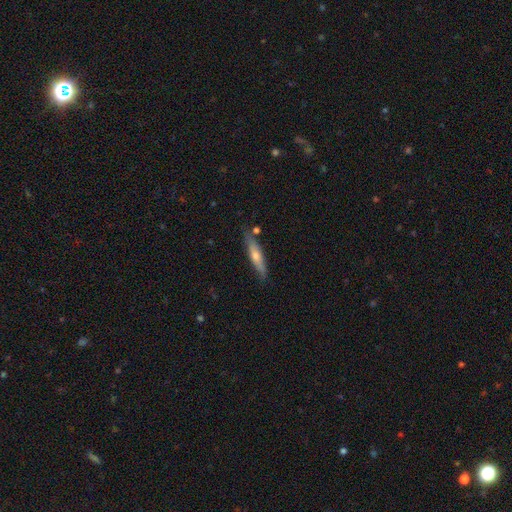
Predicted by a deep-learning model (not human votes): The model was most divided on "smooth or featured": featured or disk: 54%, smooth: 39%, star or artifact: 7%. More confident: edge-on disk — yes (88%); merging — none (84%).